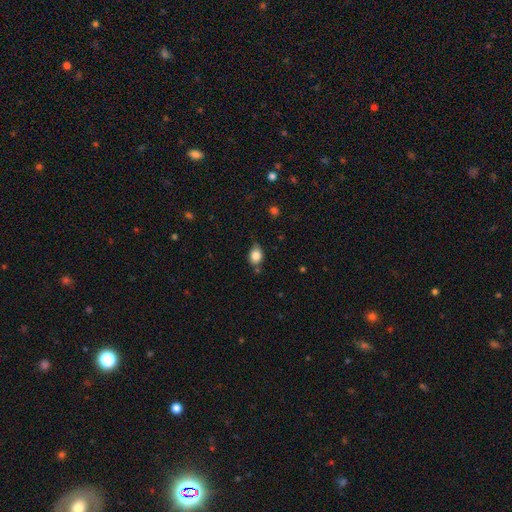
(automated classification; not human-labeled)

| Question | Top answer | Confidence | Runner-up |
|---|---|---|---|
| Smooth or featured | smooth | 83% | star or artifact (9%) |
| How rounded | in between | 61% | round (38%) |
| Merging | none | 63% | minor disturbance (27%) |